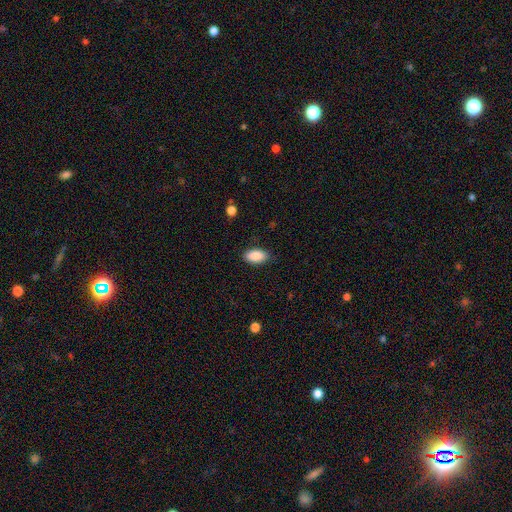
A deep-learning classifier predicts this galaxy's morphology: smooth 88%, star or artifact 7%, featured or disk 5%. Down the decision tree: how rounded — in between (93%); merging — none (83%).